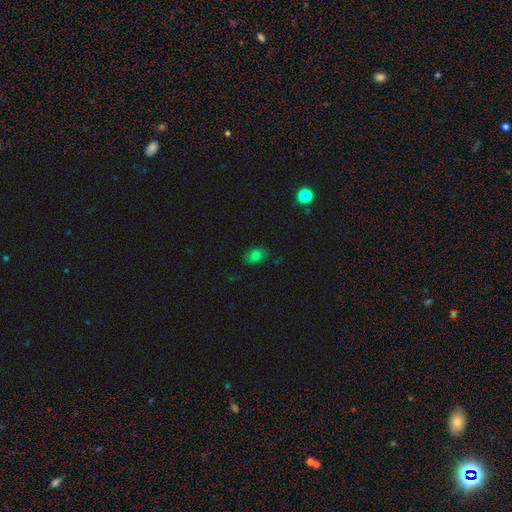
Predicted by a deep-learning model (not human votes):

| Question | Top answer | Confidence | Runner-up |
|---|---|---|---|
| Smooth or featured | smooth | 75% | star or artifact (16%) |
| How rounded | in between | 61% | round (38%) |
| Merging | none | 82% | minor disturbance (14%) |